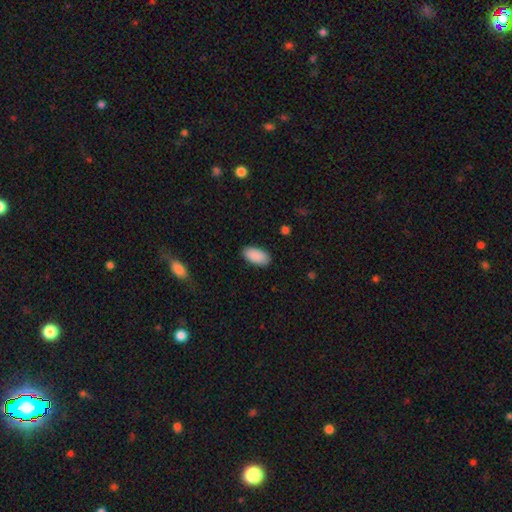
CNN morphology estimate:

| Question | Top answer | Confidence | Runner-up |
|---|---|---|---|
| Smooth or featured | smooth | 91% | star or artifact (6%) |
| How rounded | in between | 95% | cigar-shaped (3%) |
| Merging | none | 88% | minor disturbance (9%) |